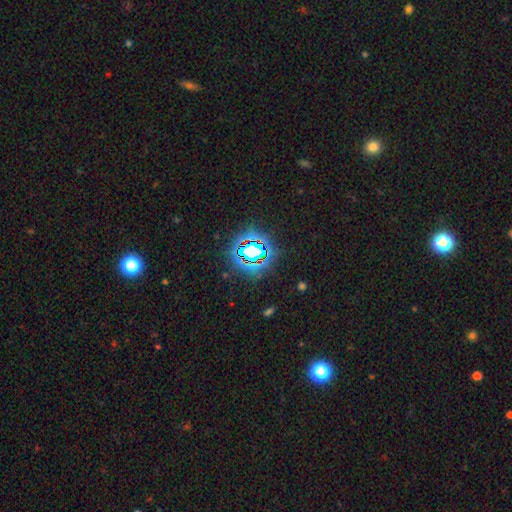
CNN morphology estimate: smooth-or-featured: star or artifact: 74% | smooth: 15% | featured or disk: 11%